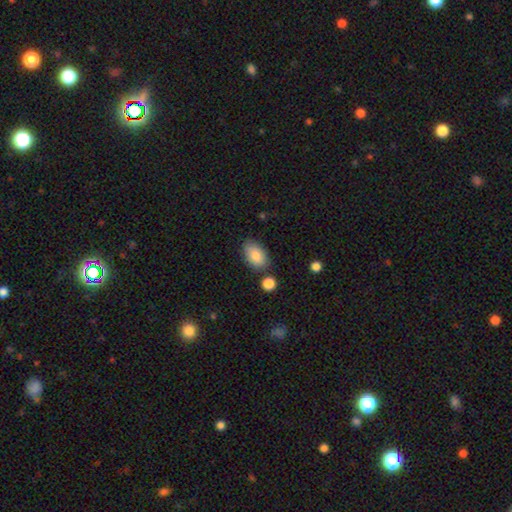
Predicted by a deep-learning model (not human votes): This appears to be a smooth galaxy with no disk features (85%) that is in between round and cigar-shaped (90%). Merging: none (75%).